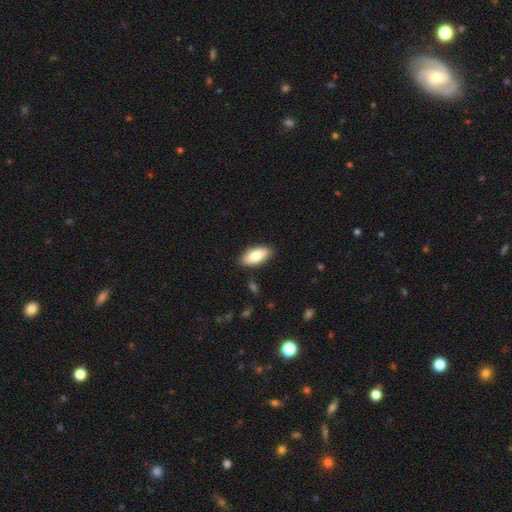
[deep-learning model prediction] smooth-or-featured: smooth: 80% | featured or disk: 13% | star or artifact: 6%
  how-rounded: in between: 88% | cigar-shaped: 9% | round: 2%
  merging: none: 86% | minor disturbance: 11% | major disturbance: 2% | merger: 2%